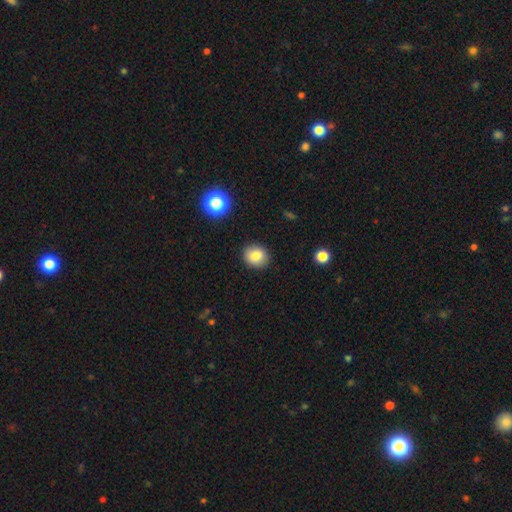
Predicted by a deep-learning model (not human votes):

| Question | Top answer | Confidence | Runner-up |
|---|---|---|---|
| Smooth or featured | smooth | 83% | star or artifact (10%) |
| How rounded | round | 66% | in between (33%) |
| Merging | none | 88% | minor disturbance (8%) |